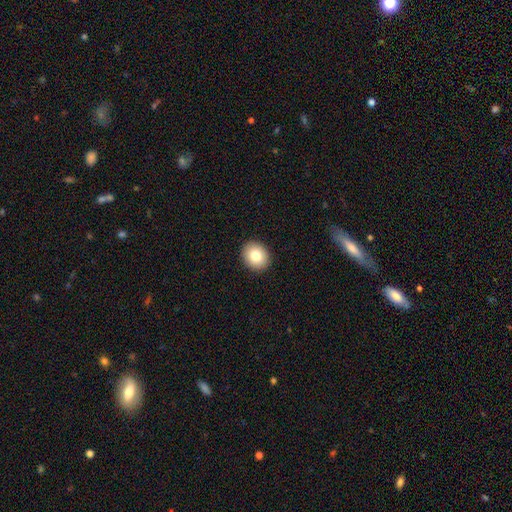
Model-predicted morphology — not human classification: smooth 81%, featured or disk 10%, star or artifact 9%. Down the decision tree: how rounded — round (66%); merging — none (92%).